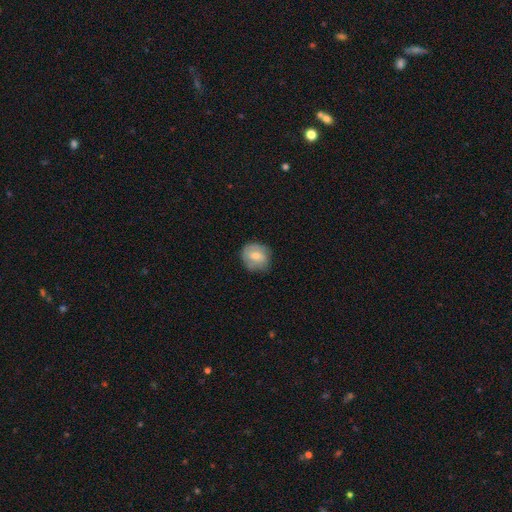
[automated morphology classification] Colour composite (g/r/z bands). It shows a smooth galaxy with no disk features (64%) that is round (75%). Merging: none (71%).